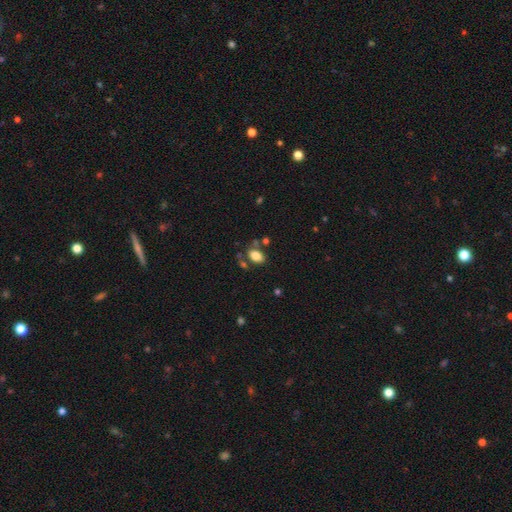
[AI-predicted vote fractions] Smooth or featured? smooth (82%)
How rounded? in between (89%)
Merging? none (68%)